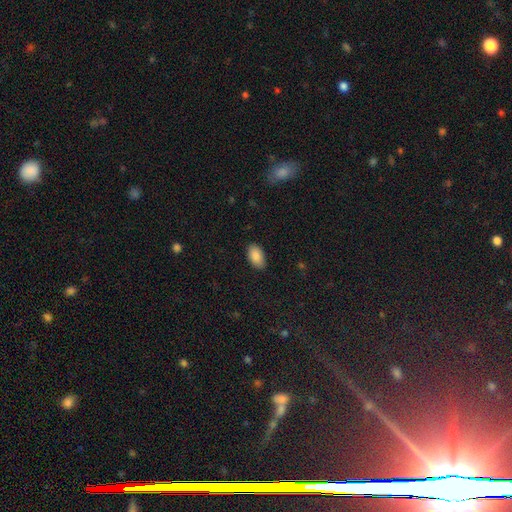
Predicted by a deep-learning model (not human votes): Overall: smooth (88%). How rounded: in between (94%). Merging: none (86%).